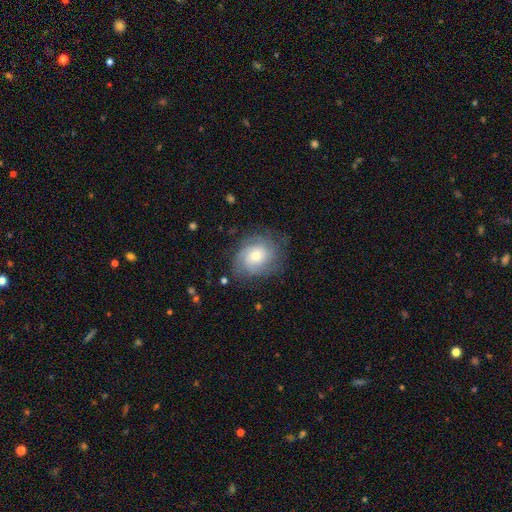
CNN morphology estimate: smooth-or-featured: featured or disk: 69% | smooth: 23% | star or artifact: 8%
  disk-edge-on: no: 97% | yes: 3%
    bar: no: 73% | weak: 23% | strong: 4%
    has-spiral-arms: yes: 92% | no: 8%
      spiral-winding: tight: 62% | medium: 30% | loose: 9%
      spiral-arm-count: can't tell: 37% | 3: 24% | 2: 15% | 4: 13% | 1: 5% | more than 4: 5%
    bulge-size: moderate: 55% | small: 35% | large: 7% | none: 2% | dominant: 1%
  merging: none: 75% | minor disturbance: 17% | major disturbance: 7% | merger: 1%